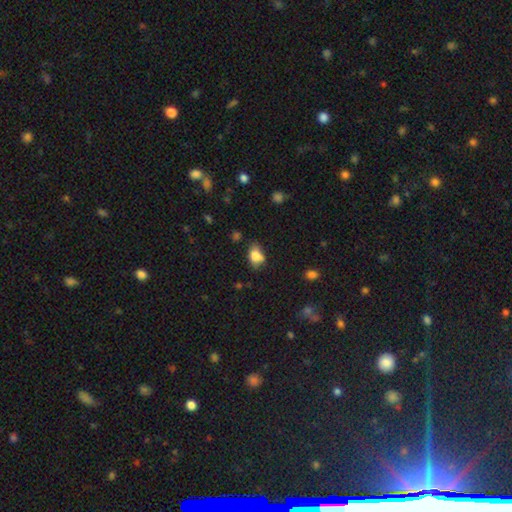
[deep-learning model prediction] Smooth or featured?
  - smooth: 78% *
  - featured or disk: 12%
  - star or artifact: 10%
How rounded?
  - in between: 78% *
  - round: 20%
  - cigar-shaped: 2%
Merging?
  - none: 50% *
  - minor disturbance: 31%
  - merger: 10%
  - major disturbance: 9%